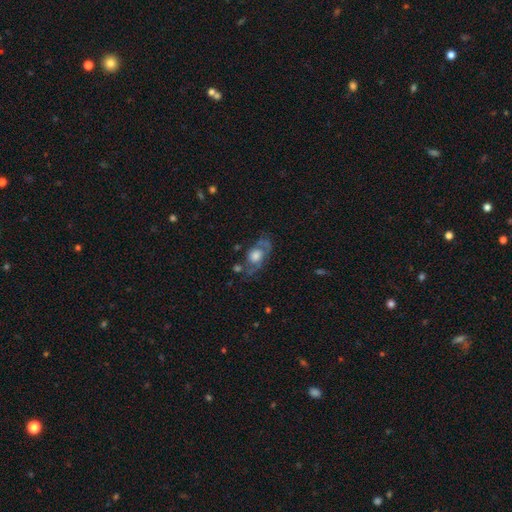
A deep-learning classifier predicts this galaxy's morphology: Smooth or featured? Predicted: featured or disk (p=0.57). Edge-on disk? Predicted: no (p=0.86). Merging? Predicted: none (p=0.53).